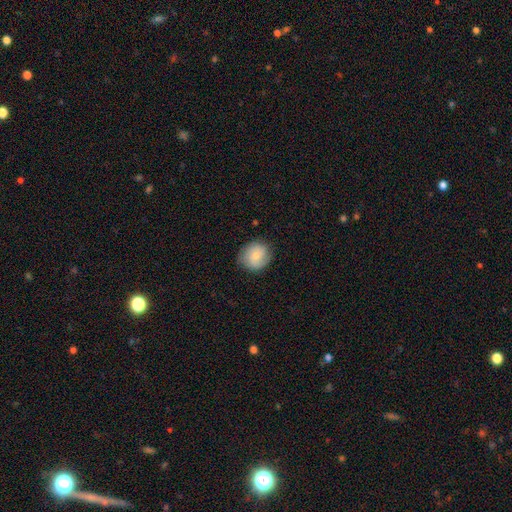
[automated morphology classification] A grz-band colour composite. It shows a smooth galaxy with no disk features (69%) that is round (81%). Merging: none (81%).